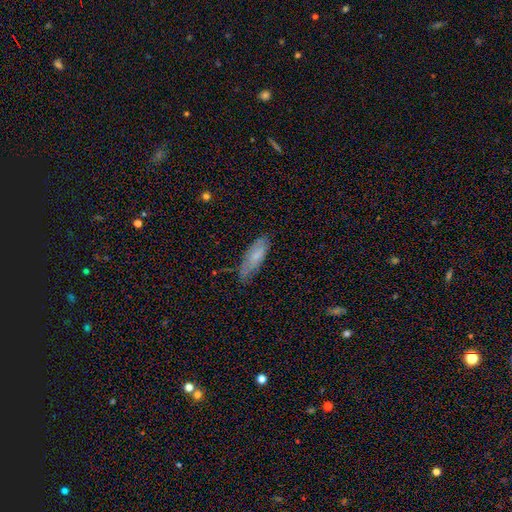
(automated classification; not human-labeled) This appears to be a smooth galaxy with no disk features (67%) that is in between round and cigar-shaped (58%). Merging: none (63%).